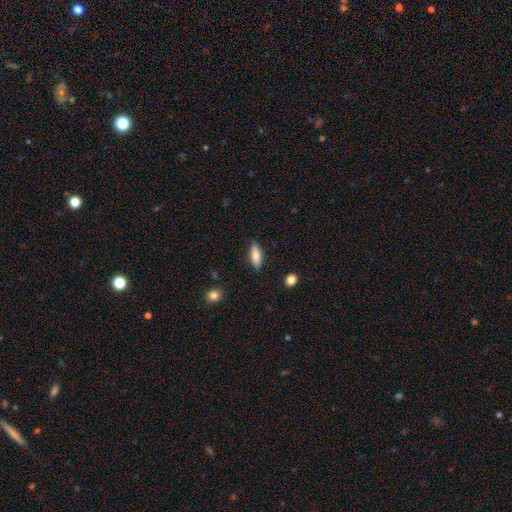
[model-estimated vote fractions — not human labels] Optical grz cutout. It shows a smooth galaxy with no disk features (77%) that is in between round and cigar-shaped (65%). Merging: none (87%).